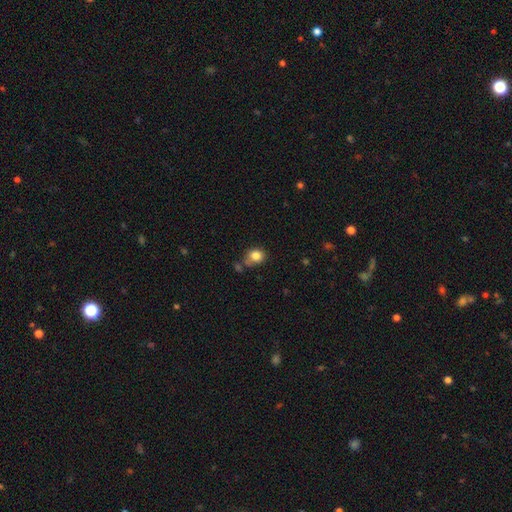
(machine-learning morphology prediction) Smooth or featured? Predicted: smooth (p=0.83). How rounded? Predicted: round (p=0.66). Merging? Predicted: none (p=0.62).